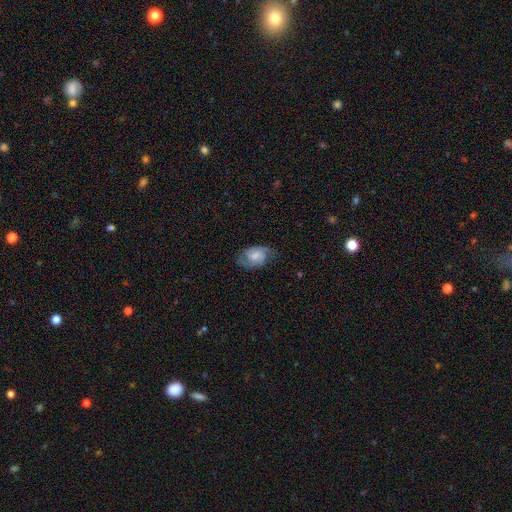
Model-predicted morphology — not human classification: A featured or disk galaxy (75%) with no bar (48%), 2 (85%) medium (50%) spiral arms (95%) and a moderate central bulge (42%).

Vote fractions:
- Smooth or featured? featured or disk: 75% / smooth: 19% / star or artifact: 7%
- Edge-on disk? no: 97% / yes: 3%
- Bar? no: 48% / weak: 44% / strong: 8%
- Spiral arms? yes: 95% / no: 5%
- Spiral winding? medium: 50% / tight: 33% / loose: 17%
- Spiral arm count? 2: 85% / can't tell: 7% / 3: 4% / 1: 2% / 4: 1% / more than 4: 1%
- Bulge size? moderate: 42% / small: 37% / none: 12% / large: 7% / dominant: 1%
- Merging? none: 71% / minor disturbance: 20% / major disturbance: 7% / merger: 1%